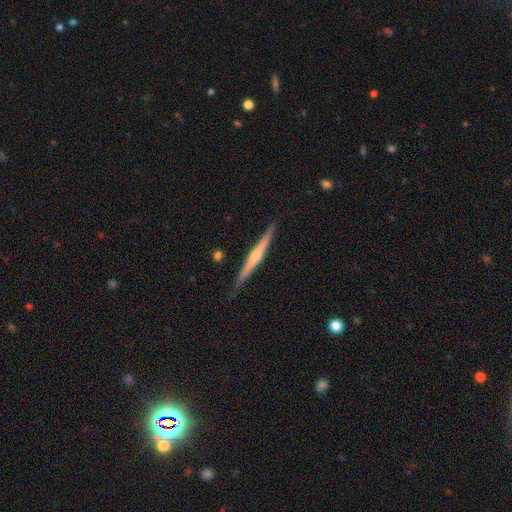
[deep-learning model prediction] This is likely a featured or disk galaxy (70%). It is clearly viewed edge-on (98%). Edge-on bulge: likely rounded (71%). Merging: clearly none (86%).